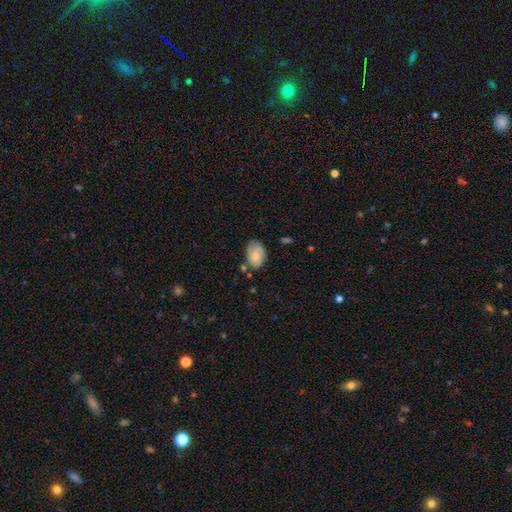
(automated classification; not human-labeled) smooth_or_featured: smooth (p=0.65) [alt: featured or disk p=0.28]
how_rounded: in between (p=0.87) [alt: round p=0.12]
merging: none (p=0.59) [alt: minor disturbance p=0.29]